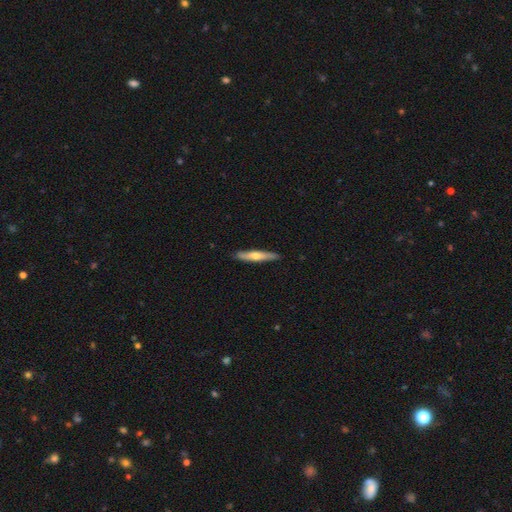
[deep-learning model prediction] This appears to be a smooth galaxy with no disk features (51%) that is cigar-shaped (90%). Merging: none (89%).